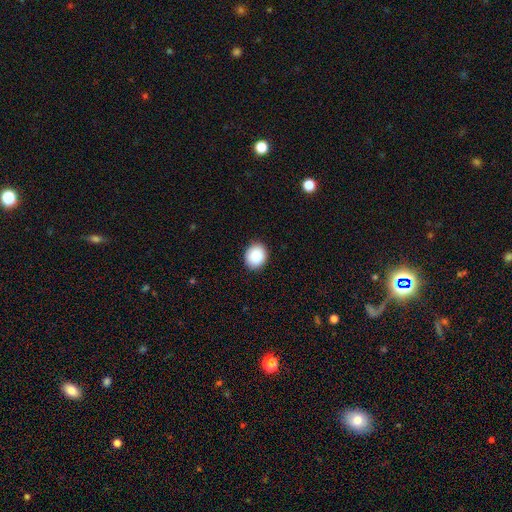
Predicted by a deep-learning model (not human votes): smooth-or-featured: smooth: 86% | star or artifact: 8% | featured or disk: 6%
  how-rounded: round: 63% | in between: 36% | cigar-shaped: 1%
  merging: none: 90% | minor disturbance: 7% | major disturbance: 2% | merger: 1%